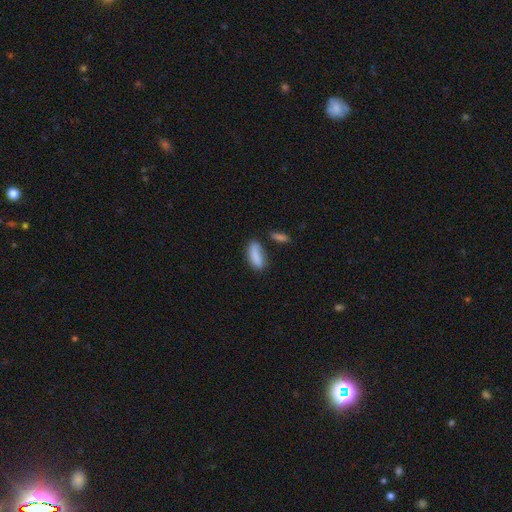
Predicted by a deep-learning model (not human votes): smooth-or-featured: smooth: 85% | featured or disk: 8% | star or artifact: 7%
  how-rounded: in between: 74% | cigar-shaped: 24% | round: 2%
  merging: none: 56% | minor disturbance: 24% | merger: 11% | major disturbance: 8%